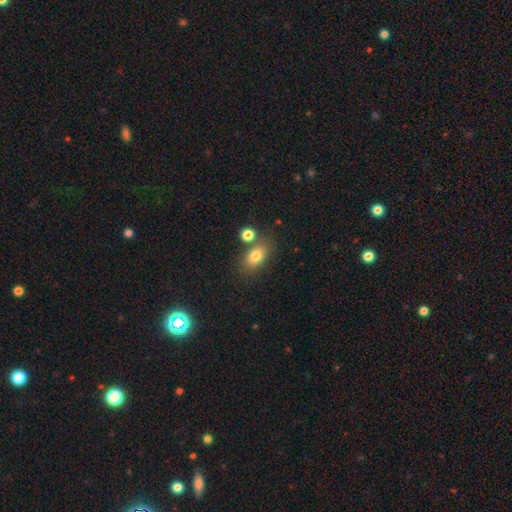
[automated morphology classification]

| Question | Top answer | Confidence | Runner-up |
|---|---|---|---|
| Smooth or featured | smooth | 81% | star or artifact (10%) |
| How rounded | in between | 79% | round (19%) |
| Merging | none | 65% | merger (17%) |